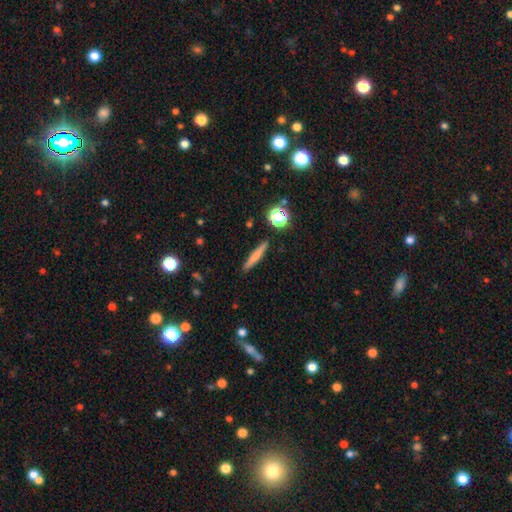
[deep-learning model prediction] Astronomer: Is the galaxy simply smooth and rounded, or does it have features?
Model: smooth — 67%.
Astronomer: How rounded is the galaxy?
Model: cigar-shaped — 91%.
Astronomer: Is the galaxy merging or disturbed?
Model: none — 89%.